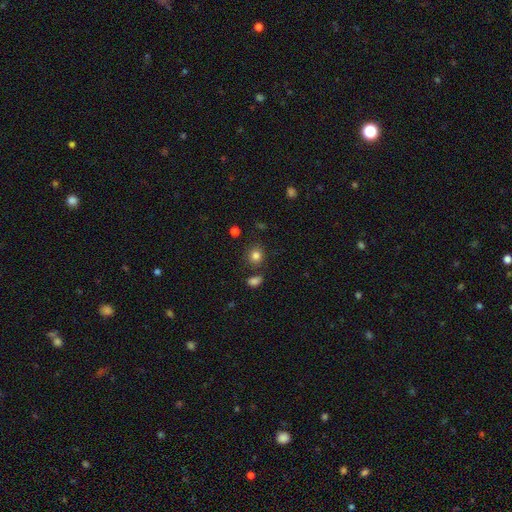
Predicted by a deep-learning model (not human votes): This appears to be a smooth galaxy with no disk features (83%) that is round (80%). Merging: none (80%).